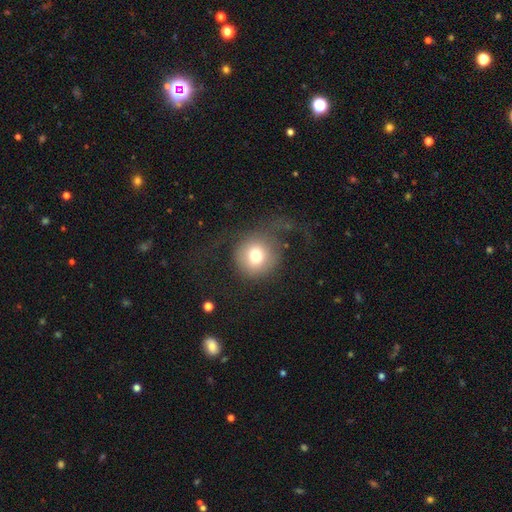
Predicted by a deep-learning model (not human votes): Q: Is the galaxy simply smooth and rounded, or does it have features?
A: smooth — 70%.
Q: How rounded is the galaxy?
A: round — 91%.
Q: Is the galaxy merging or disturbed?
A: none — 45%.